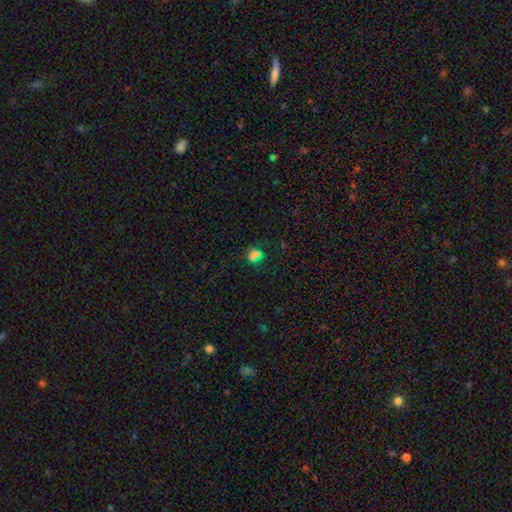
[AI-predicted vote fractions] This is possibly a smooth galaxy (48%). Merging: likely none (75%).